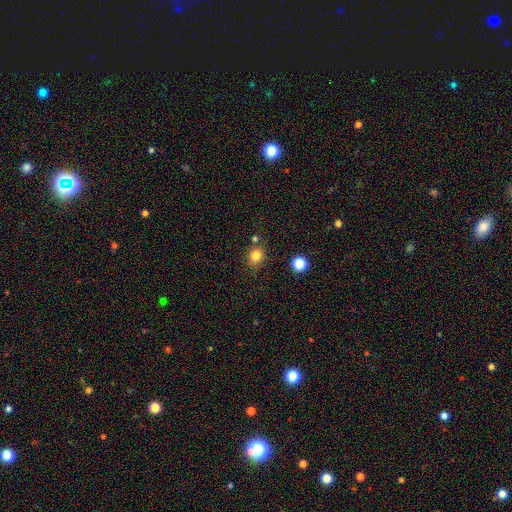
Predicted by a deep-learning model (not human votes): Q: Smooth or featured?
A: smooth (81%); runner-up: star or artifact (13%)
Q: How rounded?
A: round (75%); runner-up: in between (24%)
Q: Merging?
A: none (75%); runner-up: minor disturbance (13%)